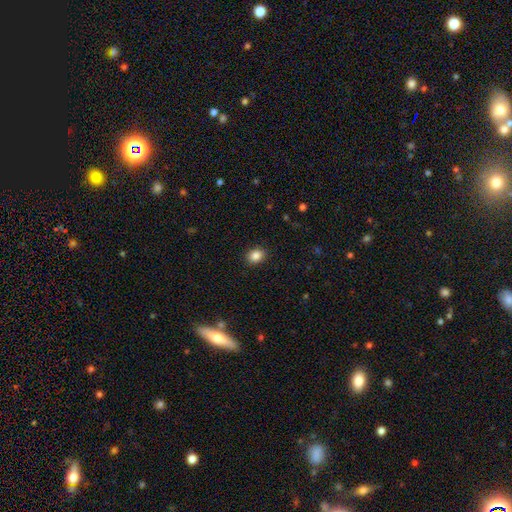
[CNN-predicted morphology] This appears to be a smooth galaxy with no disk features (86%) that is in between round and cigar-shaped (50%). Merging: none (90%).